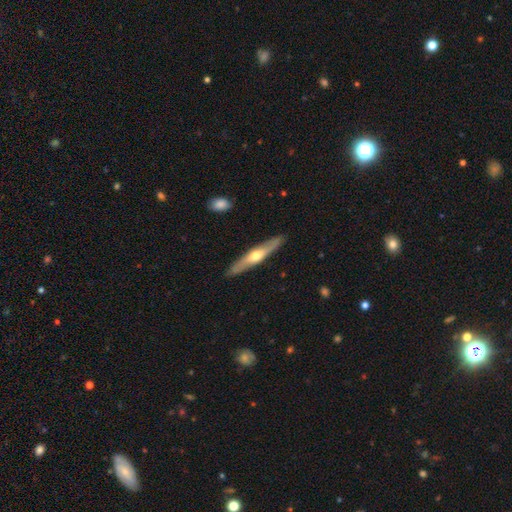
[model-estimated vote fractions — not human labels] Q: Smooth or featured?
A: featured or disk (61%); runner-up: smooth (34%)
Q: Edge-on disk?
A: yes (87%); runner-up: no (13%)
Q: Edge-on bulge?
A: rounded (89%); runner-up: none (8%)
Q: Merging?
A: none (89%); runner-up: minor disturbance (8%)